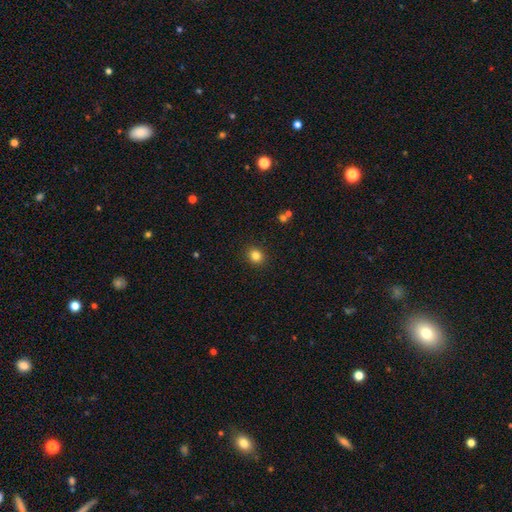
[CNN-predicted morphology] Overall: smooth (83%). How rounded: round (80%). Merging: none (90%).